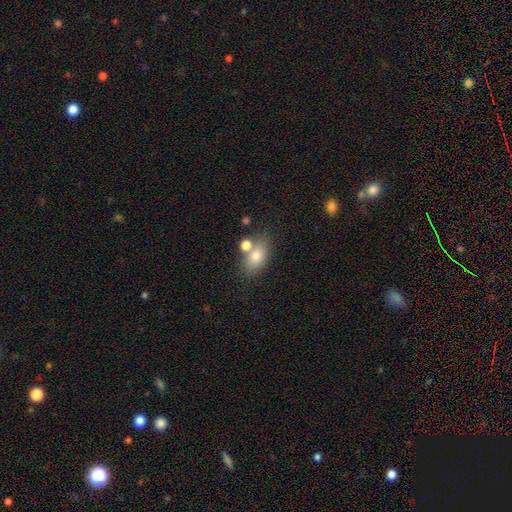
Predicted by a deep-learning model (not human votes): This appears to be a smooth galaxy with no disk features (75%) that is in between round and cigar-shaped (82%). Merging: none (61%).